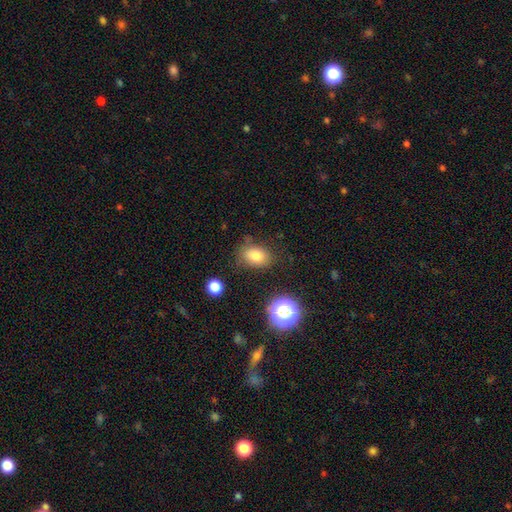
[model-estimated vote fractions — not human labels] The model was most divided on "how rounded": in between: 74%, round: 25%, cigar-shaped: 1%. More confident: smooth or featured — smooth (79%); merging — none (72%).